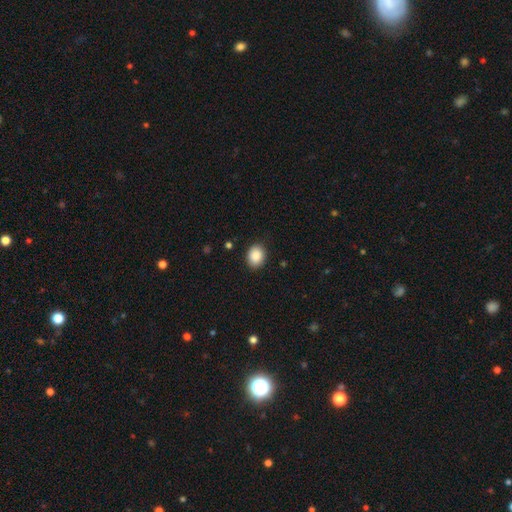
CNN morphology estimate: Smooth or featured?
  - smooth: 88% *
  - star or artifact: 8%
  - featured or disk: 4%
How rounded?
  - round: 52% *
  - in between: 48%
  - cigar-shaped: 1%
Merging?
  - none: 86% *
  - minor disturbance: 10%
  - major disturbance: 3%
  - merger: 1%